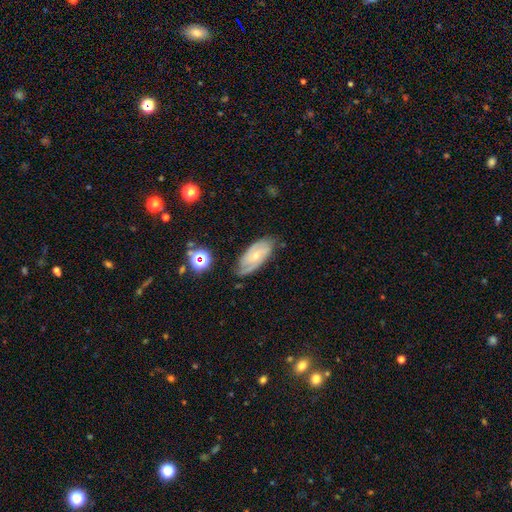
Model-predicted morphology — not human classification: A featured or disk galaxy (70%) with no bar (65%), 2 (49%) tight (52%) spiral arms (90%) and a small central bulge (67%). Merging: none (69%).